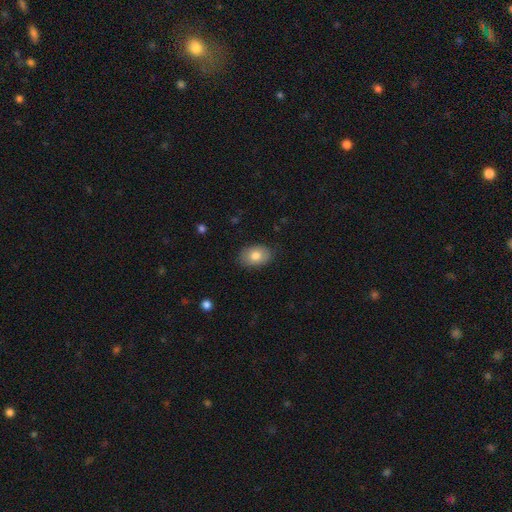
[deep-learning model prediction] Overall: smooth (80%). How rounded: in between (83%). Merging: none (85%).